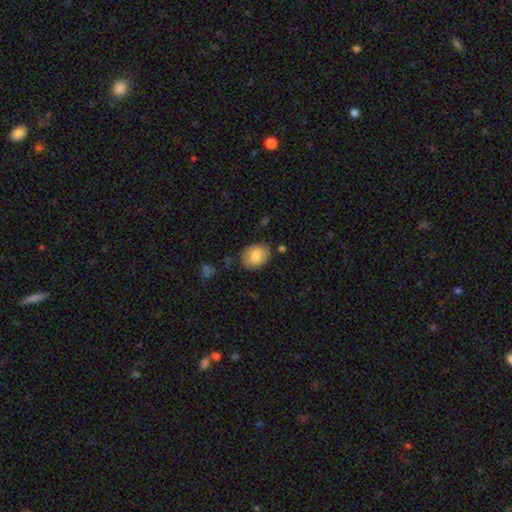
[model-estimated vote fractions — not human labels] This appears to be a smooth galaxy with no disk features (81%) that is in between round and cigar-shaped (58%). Merging: none (77%).